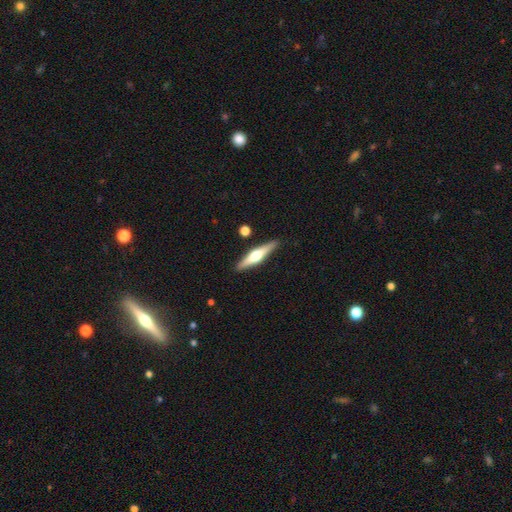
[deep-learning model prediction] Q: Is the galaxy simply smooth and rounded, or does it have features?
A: featured or disk — 65%.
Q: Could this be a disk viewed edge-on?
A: yes — 97%.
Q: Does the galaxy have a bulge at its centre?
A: rounded — 93%.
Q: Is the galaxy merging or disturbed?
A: none — 89%.